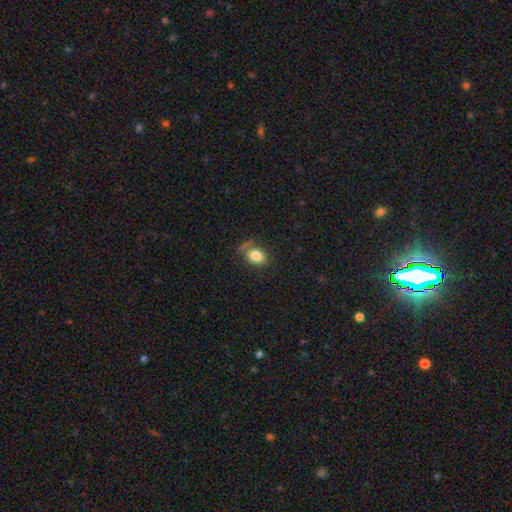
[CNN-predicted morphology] Overall: smooth (81%). How rounded: in between (69%; round 30%). Merging: none (65%).